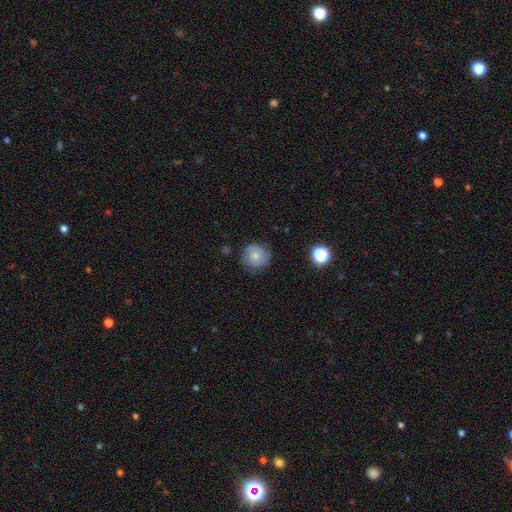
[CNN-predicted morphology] smooth_or_featured: smooth (p=0.63) [alt: featured or disk p=0.28]
how_rounded: round (p=0.89) [alt: in between p=0.10]
merging: none (p=0.78) [alt: minor disturbance p=0.17]